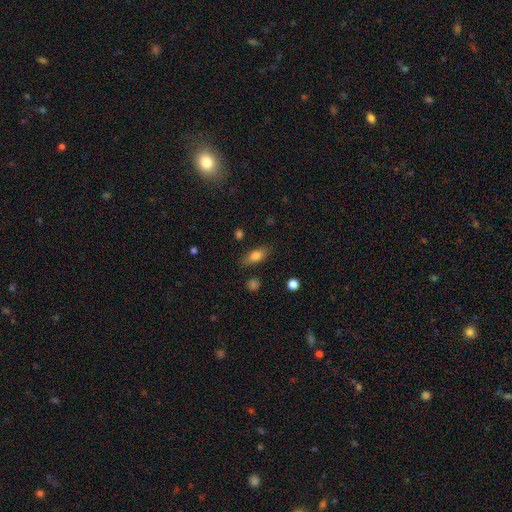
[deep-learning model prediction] A smooth galaxy with no disk features (78%) that is in between round and cigar-shaped (79%). Merging: none (82%).